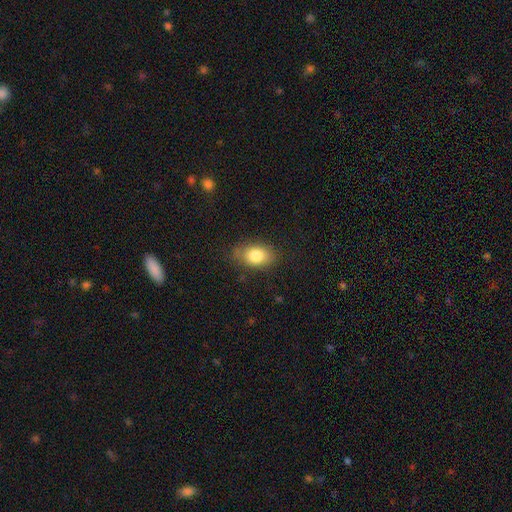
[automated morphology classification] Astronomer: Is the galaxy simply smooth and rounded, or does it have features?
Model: smooth — 82%.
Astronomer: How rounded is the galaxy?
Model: in between — 83%.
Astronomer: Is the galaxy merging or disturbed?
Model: none — 75%.